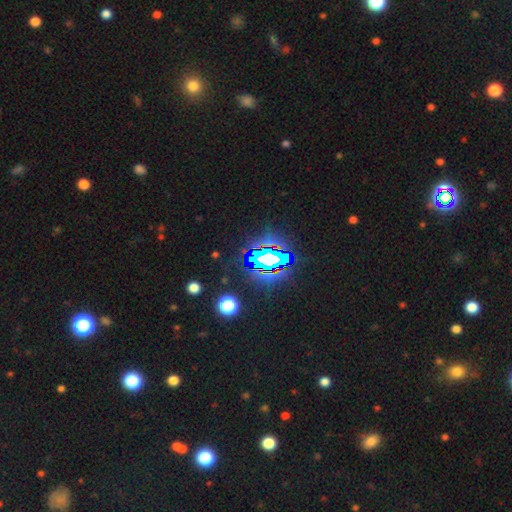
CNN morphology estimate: Smooth or featured? Predicted: star or artifact (p=0.82).